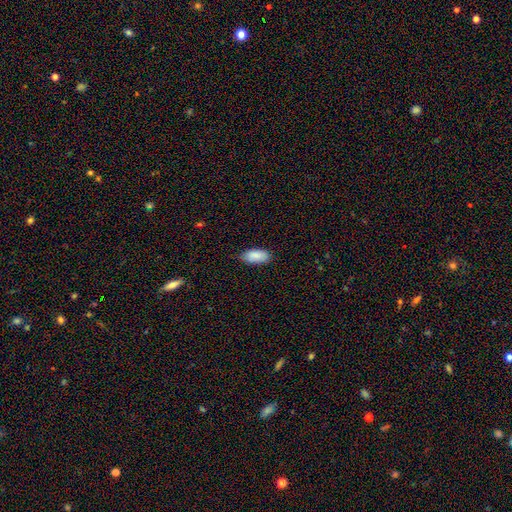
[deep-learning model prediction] Q: Smooth or featured?
A: smooth (89%); runner-up: star or artifact (6%)
Q: How rounded?
A: in between (90%); runner-up: cigar-shaped (8%)
Q: Merging?
A: none (78%); runner-up: minor disturbance (18%)